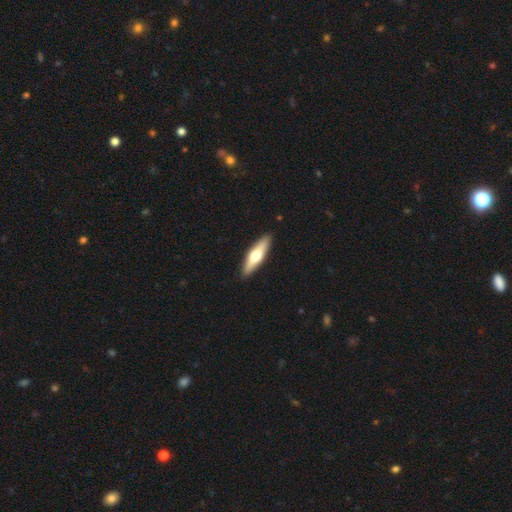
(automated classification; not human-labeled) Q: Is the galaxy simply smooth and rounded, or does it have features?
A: smooth — 48%.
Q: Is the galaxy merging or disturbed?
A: none — 91%.